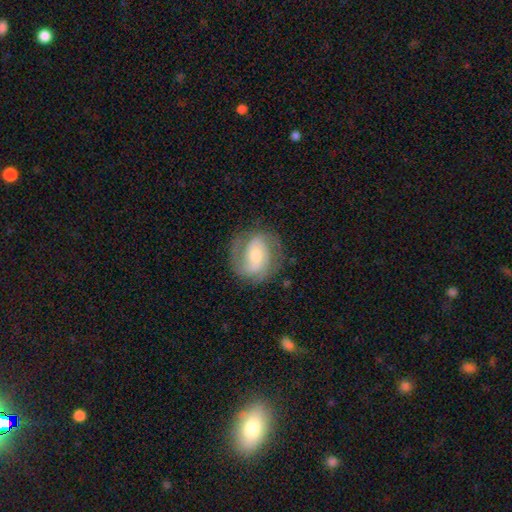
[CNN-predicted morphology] This appears to be a featured or disk galaxy (76%) with a weak bar (42%), 2 (75%) medium (45%) spiral arms (92%) and a moderate central bulge (56%). Merging: none (75%).